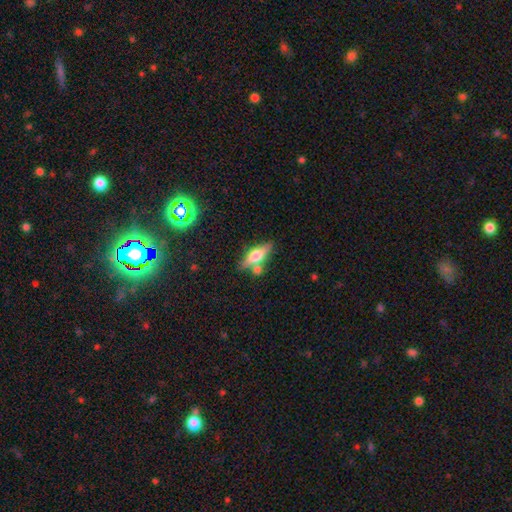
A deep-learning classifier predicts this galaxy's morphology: A featured or disk galaxy (53%) viewed edge-on (90%).

Vote fractions:
- Smooth or featured? featured or disk: 53% / smooth: 40% / star or artifact: 8%
- Edge-on disk? yes: 90% / no: 10%
- Merging? none: 69% / merger: 15% / minor disturbance: 13% / major disturbance: 4%